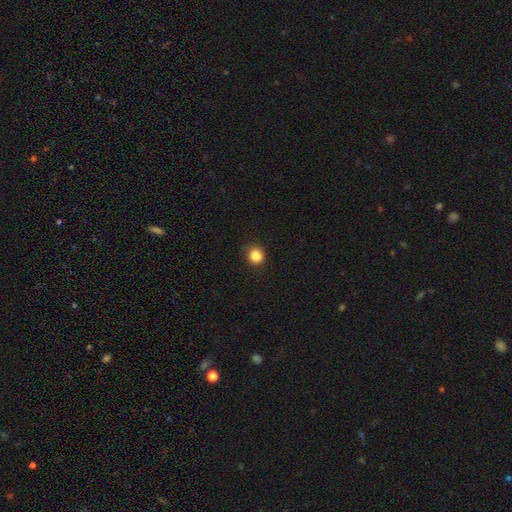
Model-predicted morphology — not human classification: This appears to be a smooth galaxy with no disk features (86%) that is round (87%). Merging: none (86%).